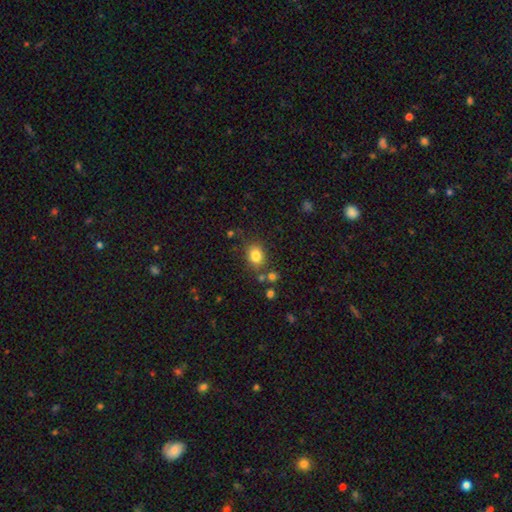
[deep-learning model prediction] smooth_or_featured: smooth (p=0.82) [alt: star or artifact p=0.11]
how_rounded: round (p=0.52) [alt: in between p=0.47]
merging: none (p=0.76) [alt: minor disturbance p=0.13]